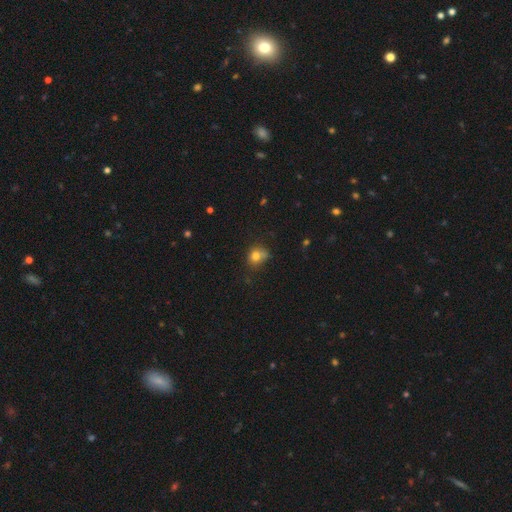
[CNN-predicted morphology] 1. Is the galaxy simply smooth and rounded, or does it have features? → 77% smooth, 13% star or artifact, 10% featured or disk.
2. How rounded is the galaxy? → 71% round, 28% in between, 1% cigar-shaped.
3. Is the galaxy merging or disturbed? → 56% none, 27% minor disturbance, 9% major disturbance, 8% merger.